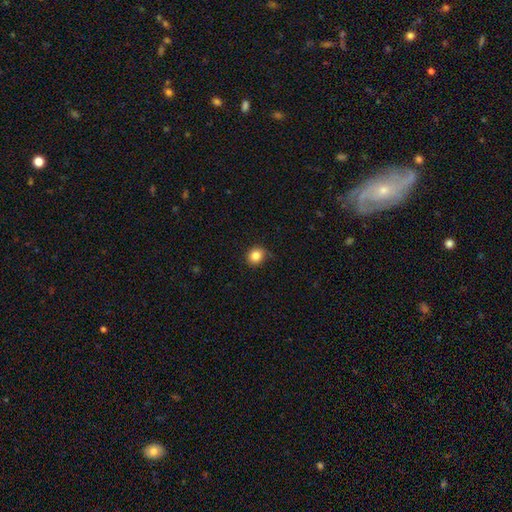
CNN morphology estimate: Overall: smooth (84%). How rounded: round (79%). Merging: none (83%).